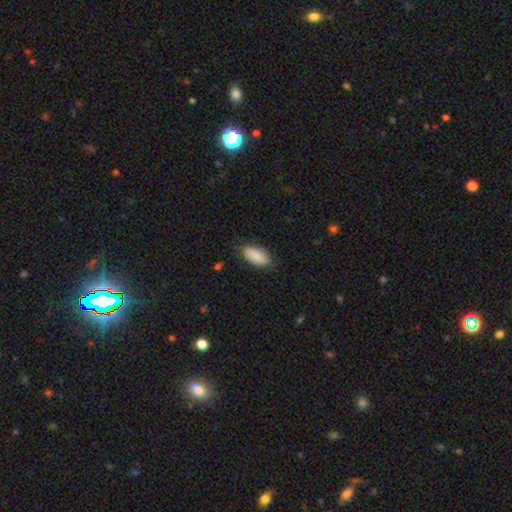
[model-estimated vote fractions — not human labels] A smooth galaxy with no disk features (89%) that is in between round and cigar-shaped (87%). Merging: none (82%).